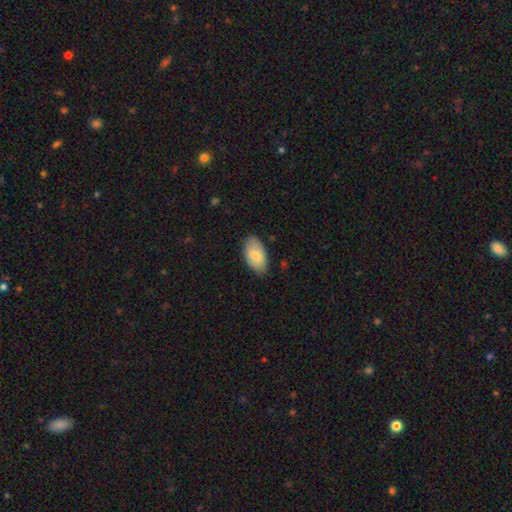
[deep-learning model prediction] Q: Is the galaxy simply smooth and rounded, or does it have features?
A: smooth — 75%.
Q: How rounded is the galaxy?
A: in between — 95%.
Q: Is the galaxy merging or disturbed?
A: none — 81%.